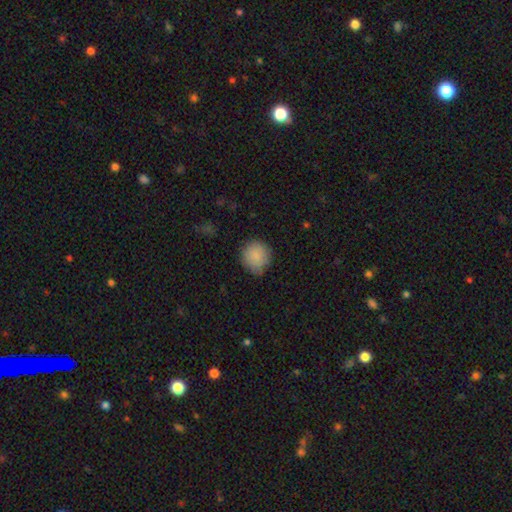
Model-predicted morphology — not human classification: Smooth or featured? smooth (87%)
How rounded? round (90%)
Merging? none (75%)